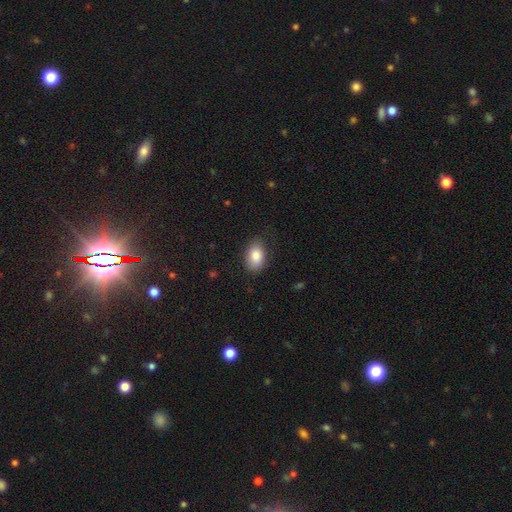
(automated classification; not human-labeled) A smooth galaxy with no disk features (85%) that is in between round and cigar-shaped (88%).

Vote fractions:
- Smooth or featured? smooth: 85% / featured or disk: 8% / star or artifact: 7%
- How rounded? in between: 88% / round: 10% / cigar-shaped: 1%
- Merging? none: 80% / minor disturbance: 15% / major disturbance: 4% / merger: 1%